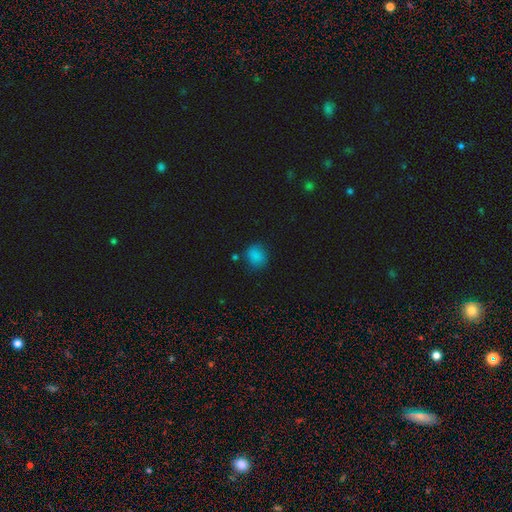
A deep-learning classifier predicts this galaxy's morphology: Q: Smooth or featured?
A: smooth (82%); runner-up: star or artifact (13%)
Q: How rounded?
A: round (71%); runner-up: in between (28%)
Q: Merging?
A: none (75%); runner-up: minor disturbance (17%)